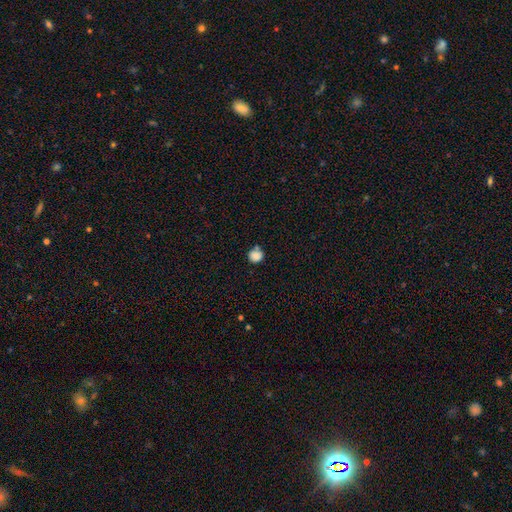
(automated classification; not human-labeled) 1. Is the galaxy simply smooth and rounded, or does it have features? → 85% smooth, 10% star or artifact, 4% featured or disk.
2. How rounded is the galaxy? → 86% round, 13% in between, 1% cigar-shaped.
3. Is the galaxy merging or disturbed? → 66% none, 19% minor disturbance, 11% merger, 5% major disturbance.